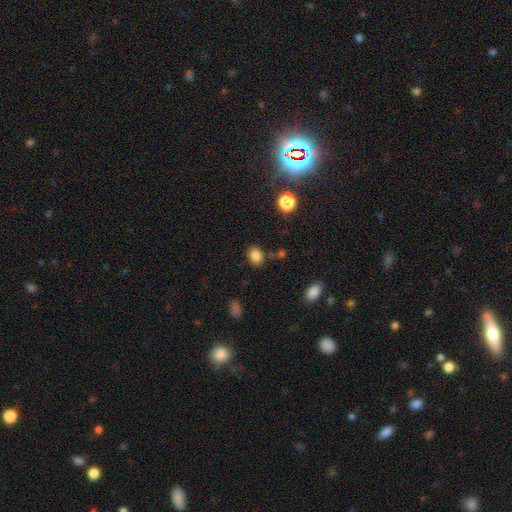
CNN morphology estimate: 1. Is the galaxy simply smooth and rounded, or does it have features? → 83% smooth, 11% star or artifact, 6% featured or disk.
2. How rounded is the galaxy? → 63% in between, 36% round, 1% cigar-shaped.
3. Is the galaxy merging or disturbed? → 77% none, 14% minor disturbance, 5% merger, 4% major disturbance.